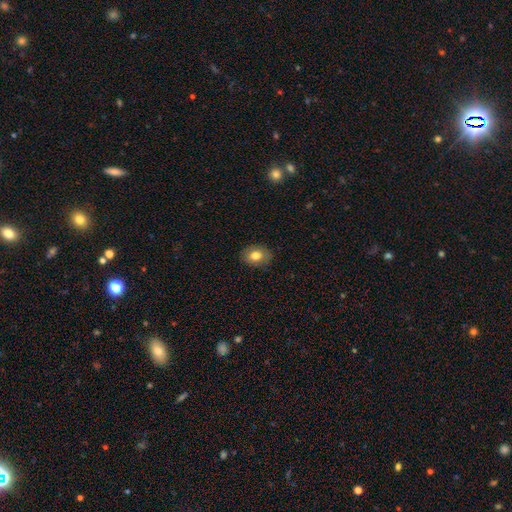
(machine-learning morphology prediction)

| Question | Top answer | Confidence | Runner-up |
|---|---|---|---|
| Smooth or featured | smooth | 78% | featured or disk (13%) |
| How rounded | in between | 67% | round (32%) |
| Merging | none | 87% | minor disturbance (10%) |